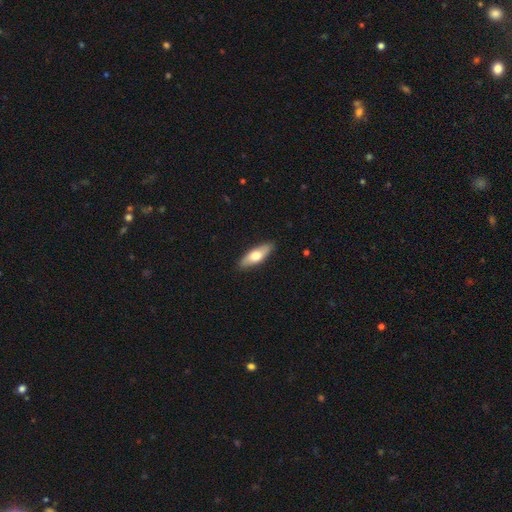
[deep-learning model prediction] smooth-or-featured: smooth: 65% | featured or disk: 29% | star or artifact: 5%
  how-rounded: in between: 63% | cigar-shaped: 34% | round: 2%
  merging: none: 88% | minor disturbance: 9% | major disturbance: 2% | merger: 1%